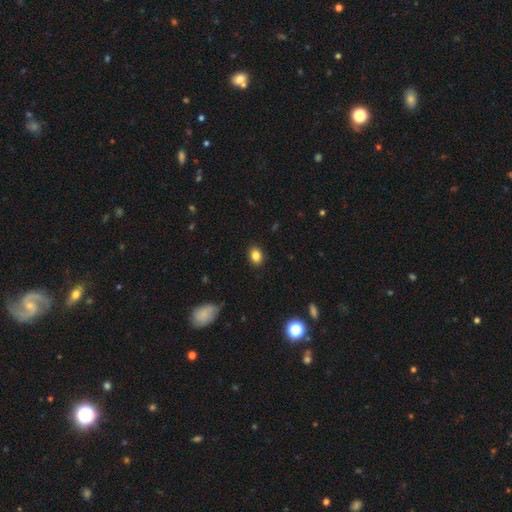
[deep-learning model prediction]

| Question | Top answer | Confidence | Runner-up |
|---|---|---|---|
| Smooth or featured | smooth | 84% | star or artifact (10%) |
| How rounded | in between | 62% | round (37%) |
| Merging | none | 88% | minor disturbance (9%) |